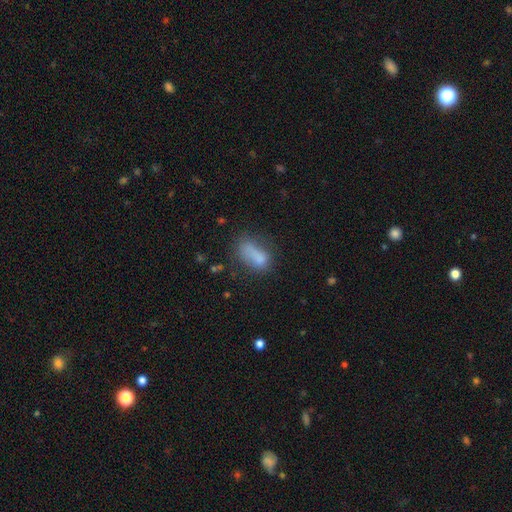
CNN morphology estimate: This appears to be a smooth galaxy with no disk features (73%) that is in between round and cigar-shaped (82%). Merging: none (39%).